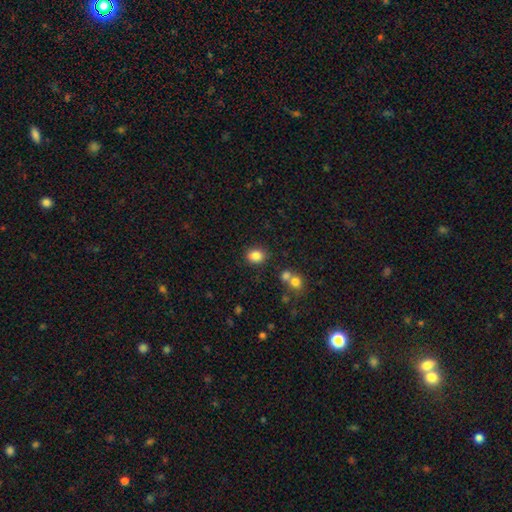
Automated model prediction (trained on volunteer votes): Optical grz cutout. It shows a smooth galaxy with no disk features (85%) that is in between round and cigar-shaped (53%). Merging: none (79%).